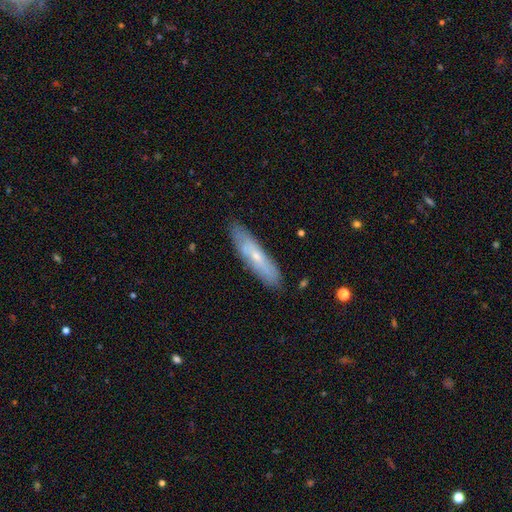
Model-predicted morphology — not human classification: Smooth or featured? smooth (47%)
Merging? none (84%)